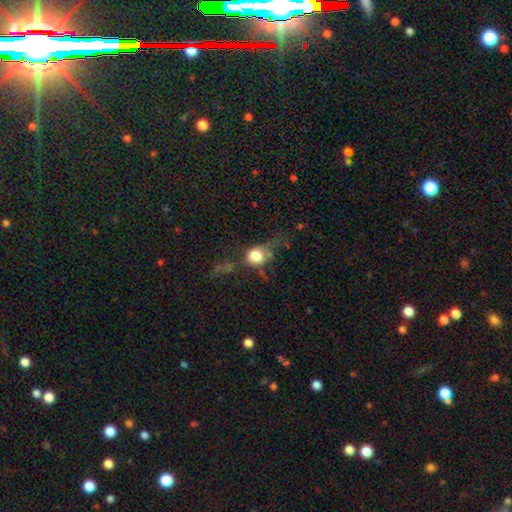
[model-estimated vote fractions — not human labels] A smooth galaxy with no disk features (65%) that is round (72%).

Vote fractions:
- Smooth or featured? smooth: 65% / featured or disk: 22% / star or artifact: 12%
- How rounded? round: 72% / in between: 25% / cigar-shaped: 3%
- Merging? none: 39% / major disturbance: 28% / minor disturbance: 25% / merger: 7%